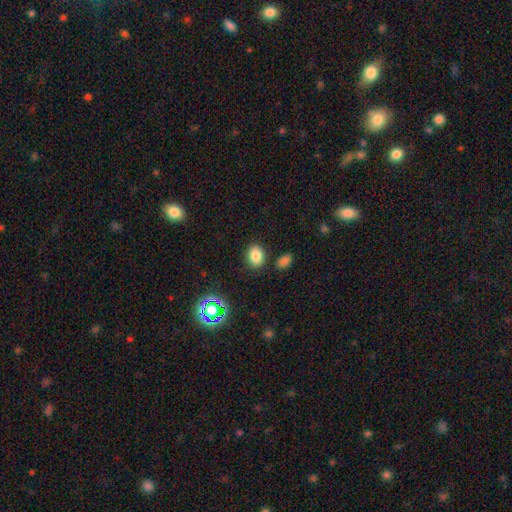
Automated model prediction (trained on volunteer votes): Morphology: type=smooth (80%); roundness=in between (66%); merging=none (82%).